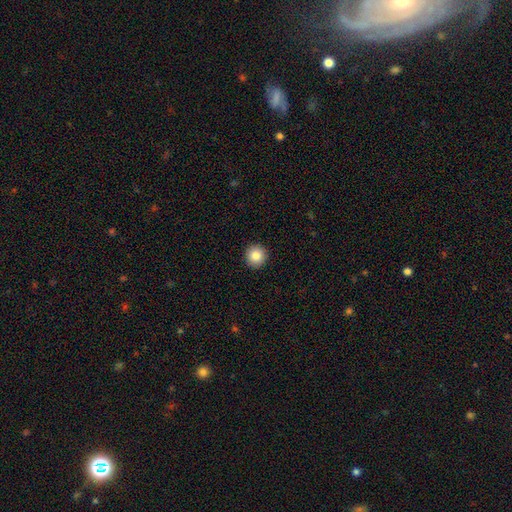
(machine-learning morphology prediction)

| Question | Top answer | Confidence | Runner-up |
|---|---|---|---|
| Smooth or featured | smooth | 86% | star or artifact (9%) |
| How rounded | round | 95% | in between (4%) |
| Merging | none | 93% | minor disturbance (4%) |